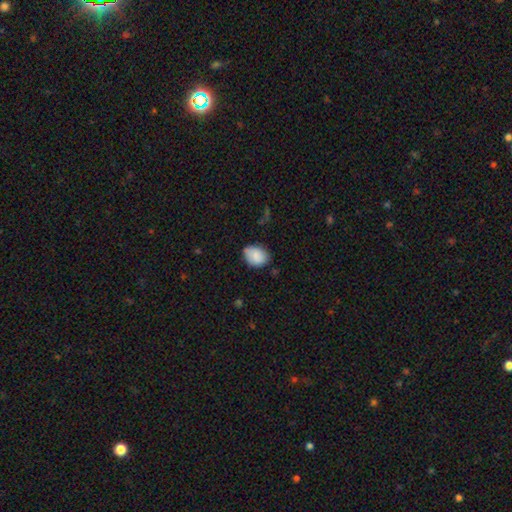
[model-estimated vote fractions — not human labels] smooth_or_featured: smooth (p=0.85) [alt: featured or disk p=0.08]
how_rounded: in between (p=0.64) [alt: round p=0.35]
merging: none (p=0.72) [alt: minor disturbance p=0.23]